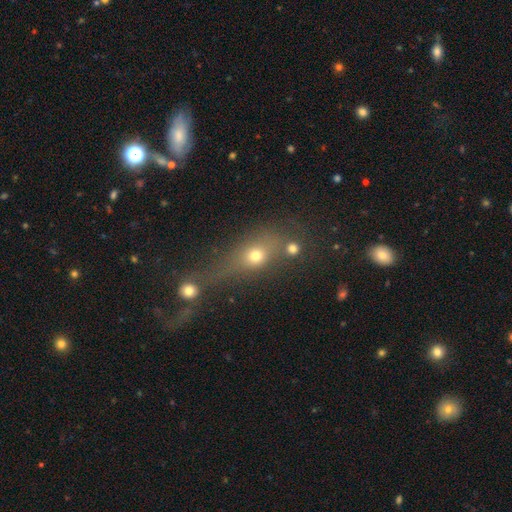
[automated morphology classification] Smooth or featured? smooth (64%)
How rounded? round (47%)
Merging? none (44%)